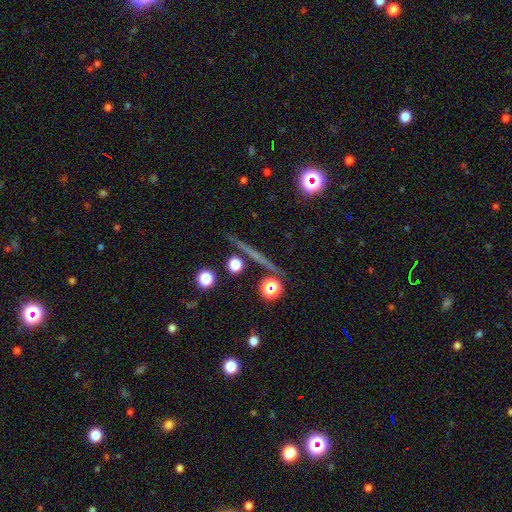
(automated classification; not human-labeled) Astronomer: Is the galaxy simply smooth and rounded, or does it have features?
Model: featured or disk — 50% (runner-up: smooth, 28%).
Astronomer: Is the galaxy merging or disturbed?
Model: none — 88%.